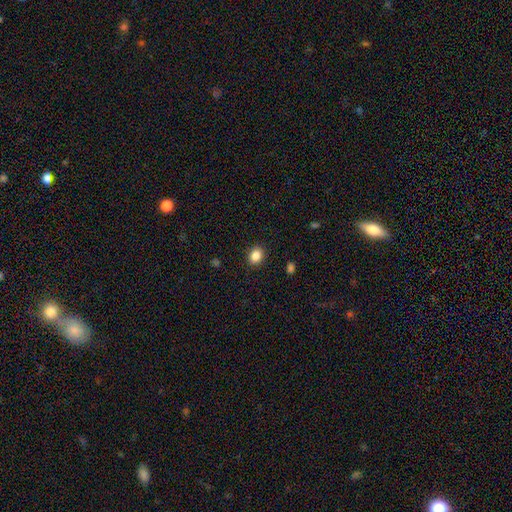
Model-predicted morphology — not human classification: Smooth or featured? Predicted: smooth (p=0.85). How rounded? Predicted: in between (p=0.50). Merging? Predicted: none (p=0.89).